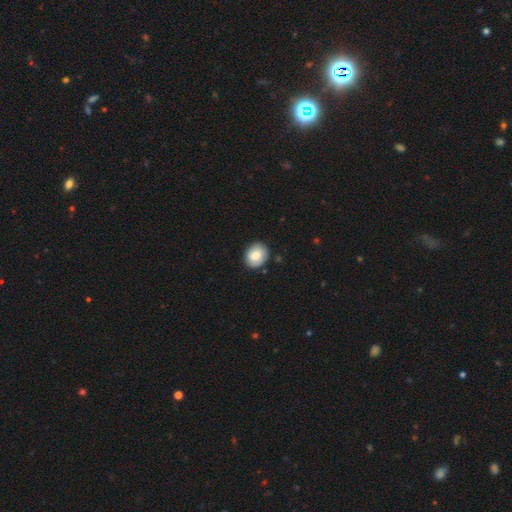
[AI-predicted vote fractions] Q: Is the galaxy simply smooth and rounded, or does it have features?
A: smooth — 76%.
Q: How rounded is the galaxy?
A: round — 60%.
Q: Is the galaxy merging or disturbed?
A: none — 84%.